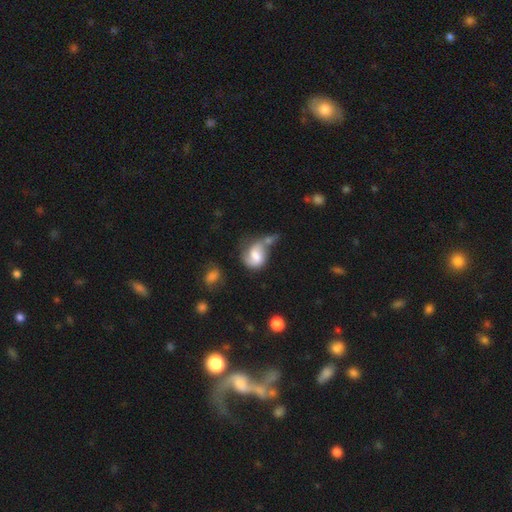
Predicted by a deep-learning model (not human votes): This is possibly a smooth galaxy (50%). Merging: marginally merger (35%).